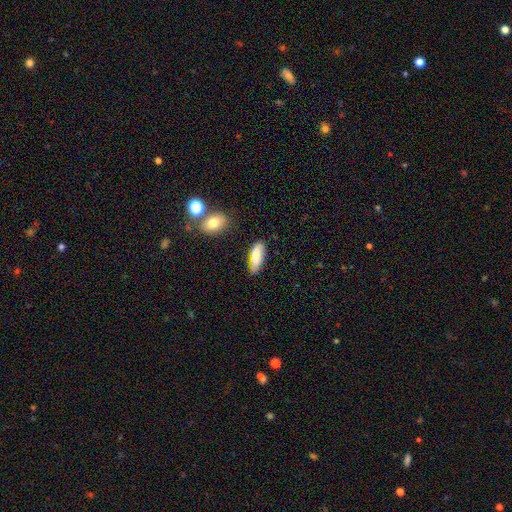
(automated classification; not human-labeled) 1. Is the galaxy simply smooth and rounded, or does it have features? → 79% smooth, 14% featured or disk, 7% star or artifact.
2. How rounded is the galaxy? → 72% in between, 26% cigar-shaped, 2% round.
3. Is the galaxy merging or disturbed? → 66% none, 25% minor disturbance, 5% major disturbance, 4% merger.